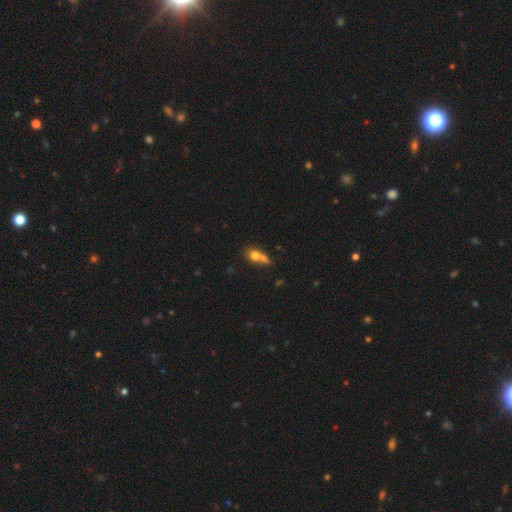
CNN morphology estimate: Smooth or featured?
  - smooth: 72% *
  - featured or disk: 17%
  - star or artifact: 11%
How rounded?
  - round: 57% *
  - in between: 38%
  - cigar-shaped: 5%
Merging?
  - merger: 53% *
  - none: 29%
  - minor disturbance: 11%
  - major disturbance: 7%